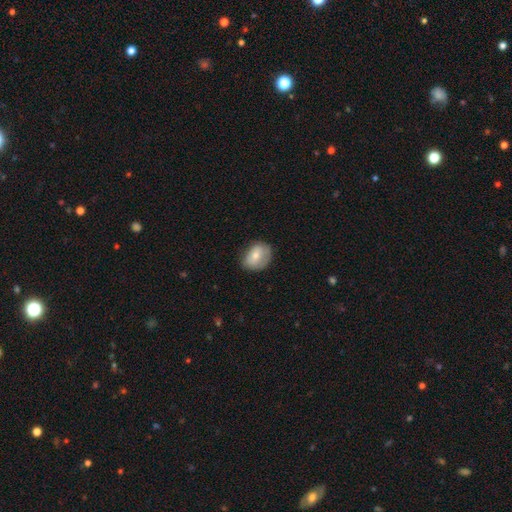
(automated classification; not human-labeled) Smooth or featured: smooth — 67% (featured or disk — 26%)
How rounded: in between — 61% (round — 38%)
Merging: none — 64% (minor disturbance — 27%)